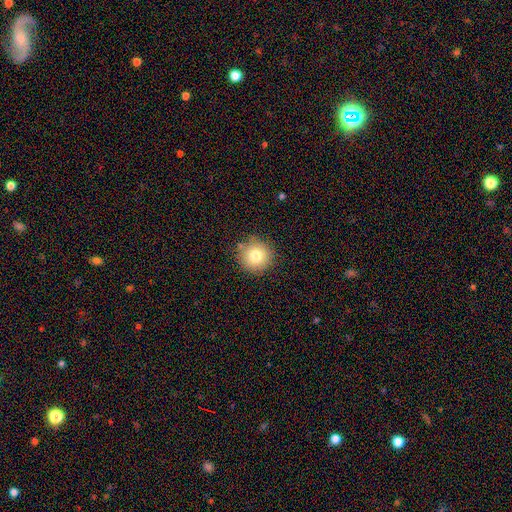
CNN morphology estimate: A smooth galaxy with no disk features (78%) that is round (94%). Merging: none (85%).